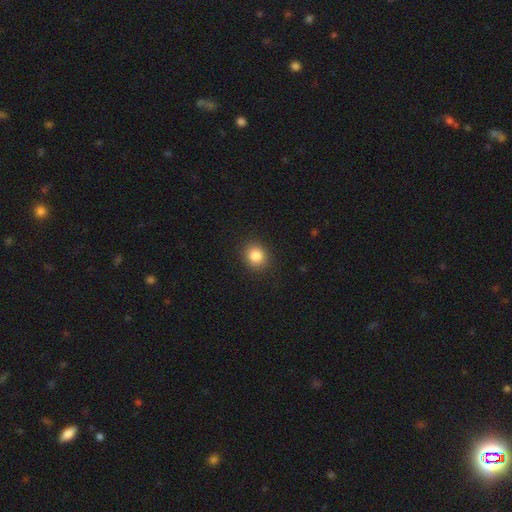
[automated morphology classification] The model was most divided on "how rounded": round: 76%, in between: 24%, cigar-shaped: 1%. More confident: merging — none (90%); smooth or featured — smooth (85%).